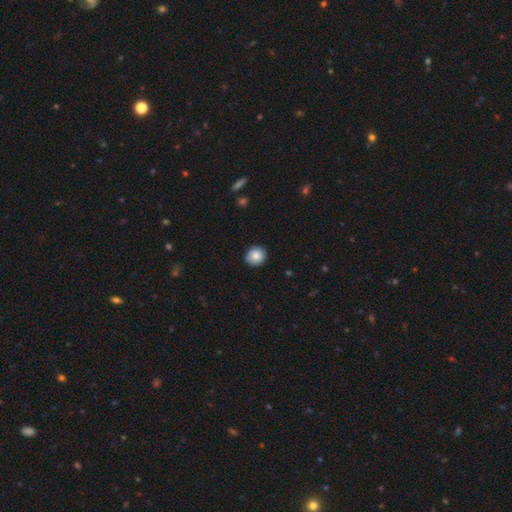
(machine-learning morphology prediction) type=smooth (86%); roundness=round (87%); merging=none (89%).